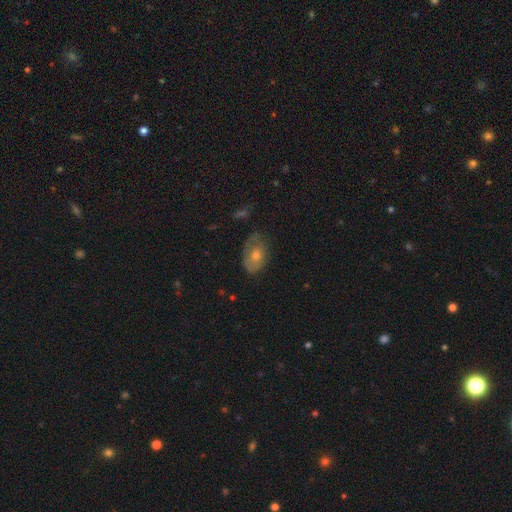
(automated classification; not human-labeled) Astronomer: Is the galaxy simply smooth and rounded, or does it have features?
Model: featured or disk — 45%, tied with smooth at 45%.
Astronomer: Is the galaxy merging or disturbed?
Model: none — 62%.